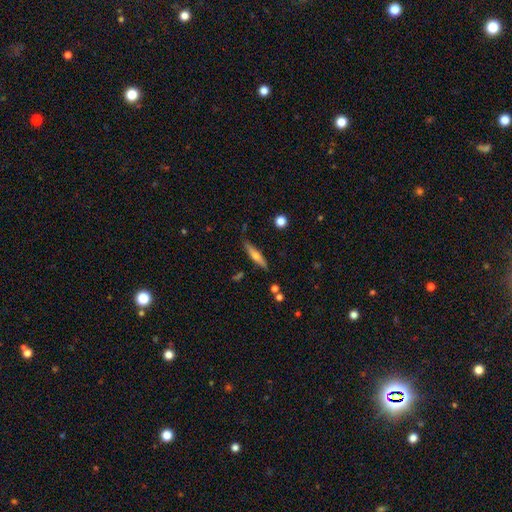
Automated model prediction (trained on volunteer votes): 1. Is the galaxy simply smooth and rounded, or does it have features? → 47% smooth, 46% featured or disk, 7% star or artifact.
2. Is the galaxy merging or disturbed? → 80% none, 15% minor disturbance, 3% merger, 3% major disturbance.